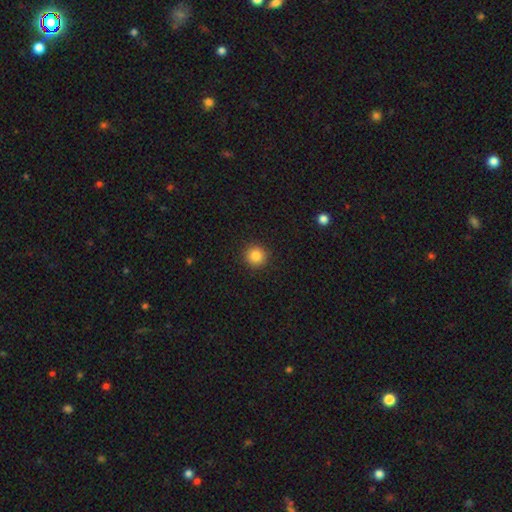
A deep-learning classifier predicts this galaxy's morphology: A smooth galaxy with no disk features (84%) that is round (94%). Merging: none (92%).